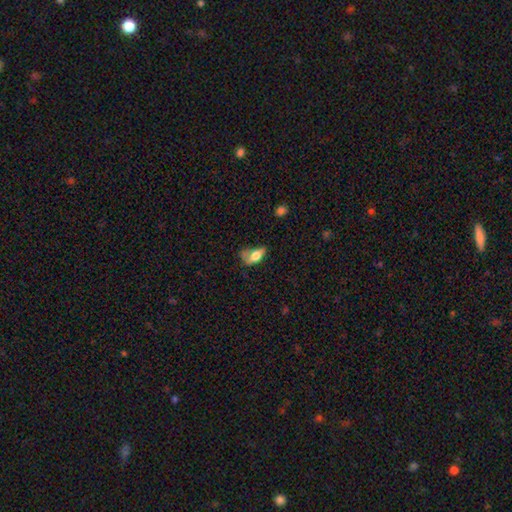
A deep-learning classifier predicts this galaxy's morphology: A smooth galaxy with no disk features (63%) that is in between round and cigar-shaped (81%). Merging: major disturbance (32%).